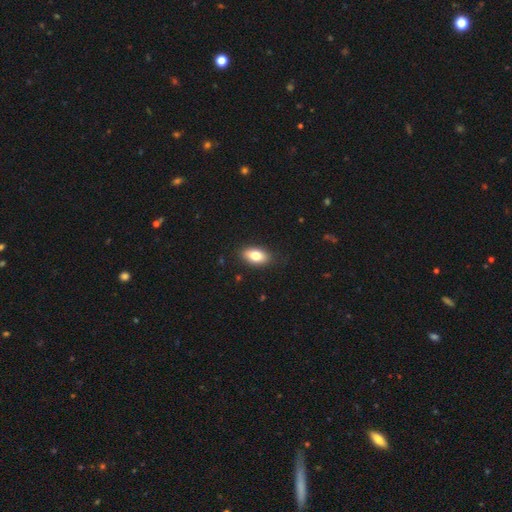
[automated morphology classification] This is likely a smooth galaxy (79%). How rounded: clearly in between (89%). Merging: clearly none (86%).